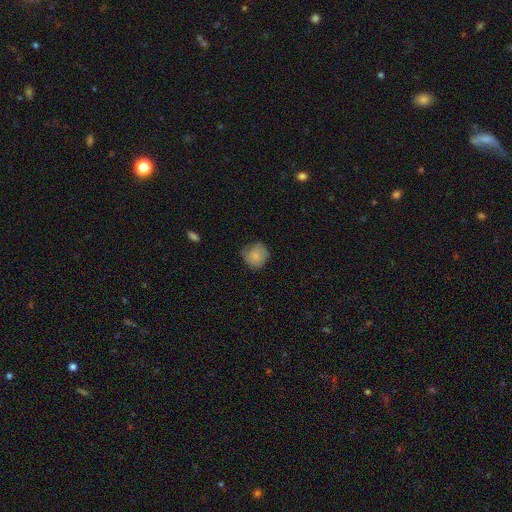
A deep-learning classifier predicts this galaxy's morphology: The model was most divided on "merging": none: 66%, minor disturbance: 26%, major disturbance: 7%, merger: 1%. More confident: how rounded — round (87%); smooth or featured — smooth (79%).